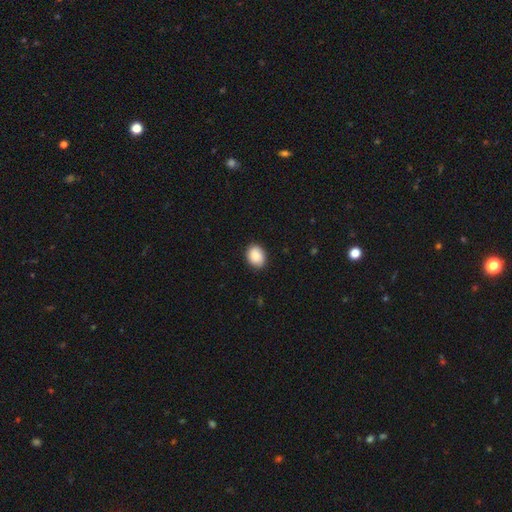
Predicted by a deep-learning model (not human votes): Morphology: type=smooth (88%); roundness=in between (58%); merging=none (87%).